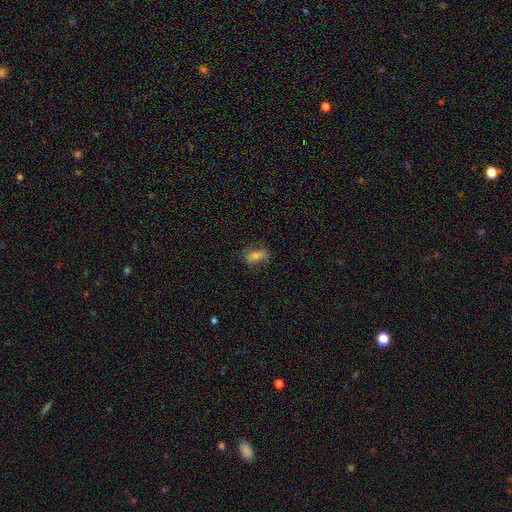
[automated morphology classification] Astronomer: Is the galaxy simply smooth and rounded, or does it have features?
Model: smooth — 54% (runner-up: featured or disk, 31%).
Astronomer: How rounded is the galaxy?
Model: in between — 79%.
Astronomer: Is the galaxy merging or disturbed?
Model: none — 70%.